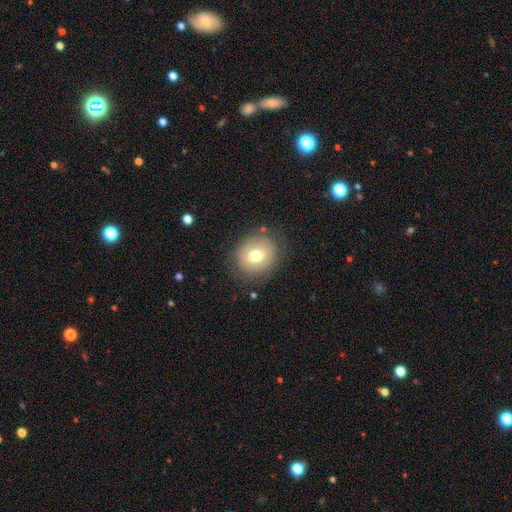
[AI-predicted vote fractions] Smooth or featured? smooth (69%)
How rounded? round (71%)
Merging? none (79%)